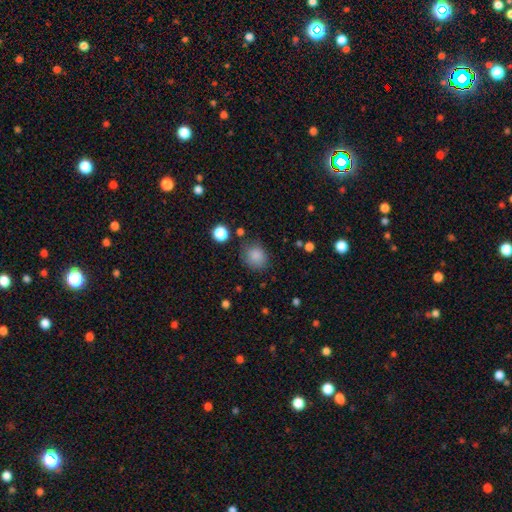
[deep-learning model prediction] A smooth galaxy with no disk features (85%) that is round (70%).

Vote fractions:
- Smooth or featured? smooth: 85% / star or artifact: 10% / featured or disk: 5%
- How rounded? round: 70% / in between: 29% / cigar-shaped: 1%
- Merging? none: 72% / minor disturbance: 18% / major disturbance: 6% / merger: 3%